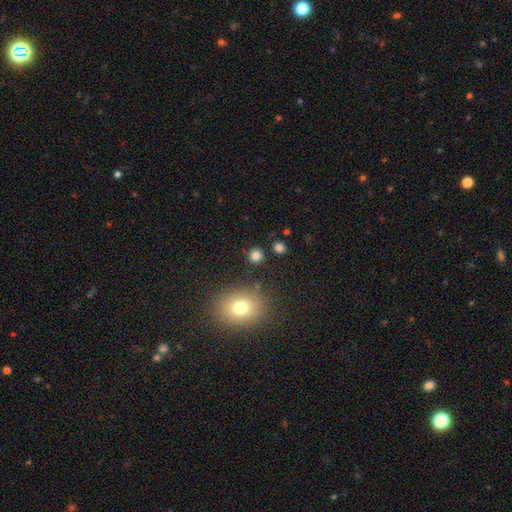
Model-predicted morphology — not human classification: A smooth galaxy with no disk features (82%) that is round (89%). Merging: none (87%).